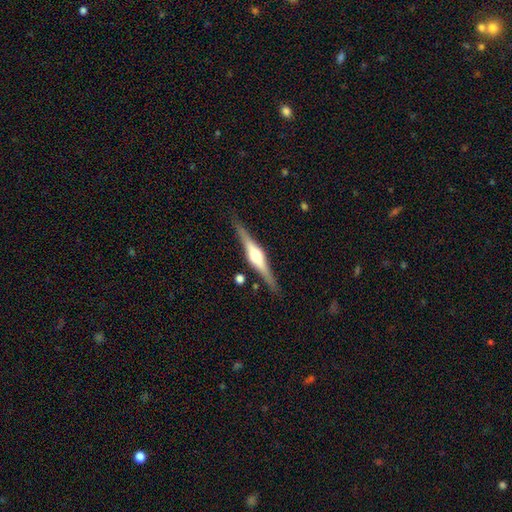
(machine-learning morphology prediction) Q: Smooth or featured?
A: featured or disk (81%); runner-up: smooth (14%)
Q: Edge-on disk?
A: yes (98%); runner-up: no (2%)
Q: Edge-on bulge?
A: rounded (90%); runner-up: boxy (8%)
Q: Merging?
A: none (88%); runner-up: minor disturbance (9%)